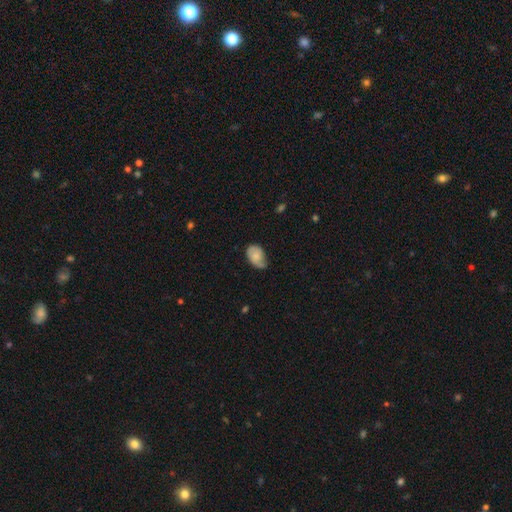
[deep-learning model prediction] smooth_or_featured: smooth (p=0.66) [alt: featured or disk p=0.27]
how_rounded: in between (p=0.87) [alt: round p=0.12]
merging: none (p=0.46) [alt: minor disturbance p=0.40]